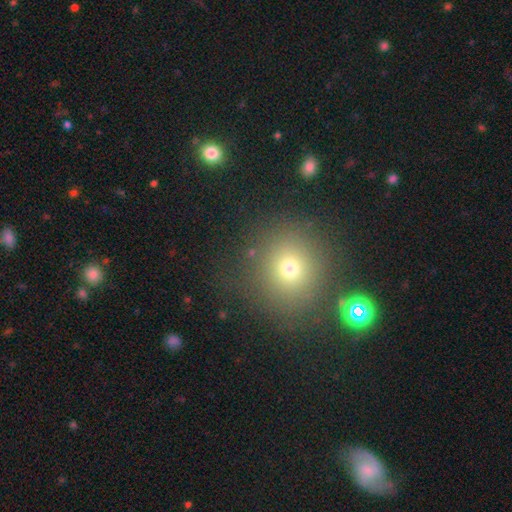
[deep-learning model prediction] The model was most divided on "smooth or featured": smooth: 64%, star or artifact: 27%, featured or disk: 9%. More confident: how rounded — round (91%); merging — none (84%).